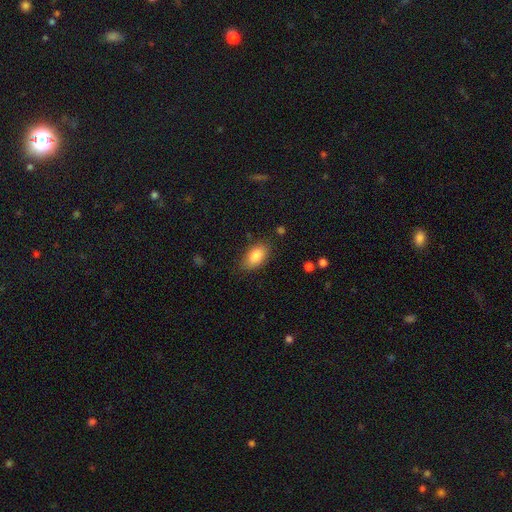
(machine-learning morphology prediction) smooth 85%, featured or disk 8%, star or artifact 7%. Down the decision tree: how rounded — in between (91%); merging — none (80%).